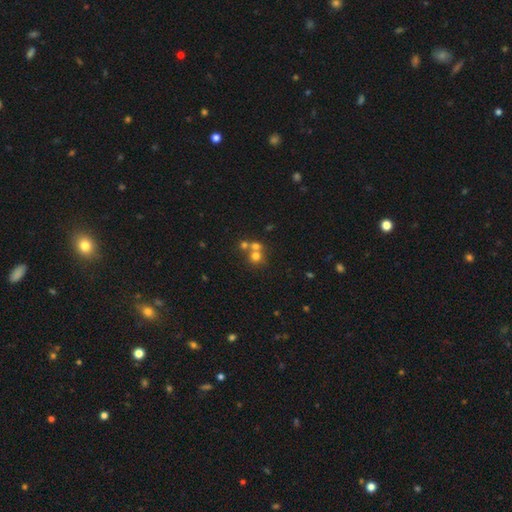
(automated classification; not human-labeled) The model was most divided on "merging": merger: 46%, none: 44%, minor disturbance: 6%, major disturbance: 4%. More confident: how rounded — round (86%); smooth or featured — smooth (65%).